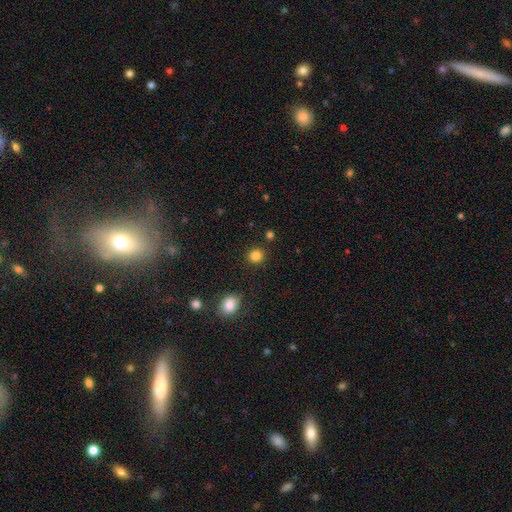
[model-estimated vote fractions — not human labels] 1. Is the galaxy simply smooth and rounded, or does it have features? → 84% smooth, 12% star or artifact, 4% featured or disk.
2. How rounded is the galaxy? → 87% round, 12% in between, 1% cigar-shaped.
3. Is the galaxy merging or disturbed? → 89% none, 6% minor disturbance, 3% merger, 2% major disturbance.